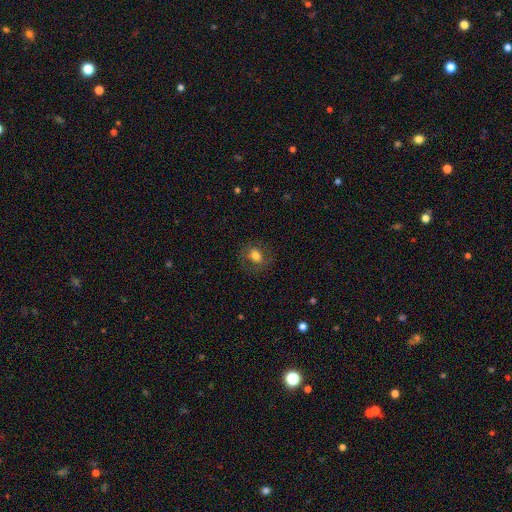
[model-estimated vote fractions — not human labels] Smooth or featured?
  - smooth: 66% *
  - featured or disk: 23%
  - star or artifact: 11%
How rounded?
  - in between: 53% *
  - round: 46%
  - cigar-shaped: 2%
Merging?
  - none: 76% *
  - minor disturbance: 15%
  - major disturbance: 8%
  - merger: 1%